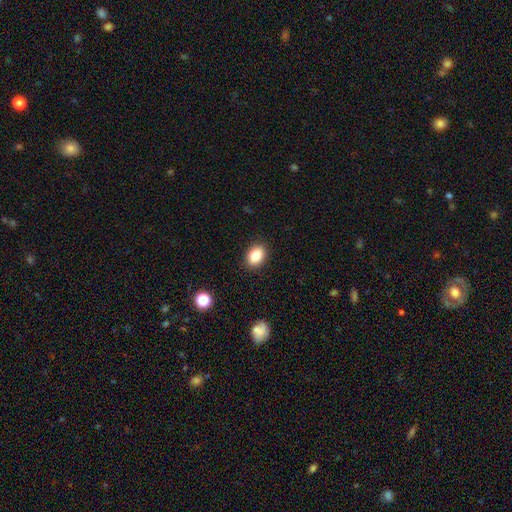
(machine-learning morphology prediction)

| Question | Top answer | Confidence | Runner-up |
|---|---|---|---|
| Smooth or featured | smooth | 85% | star or artifact (9%) |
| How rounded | in between | 75% | round (24%) |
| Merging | none | 89% | minor disturbance (8%) |